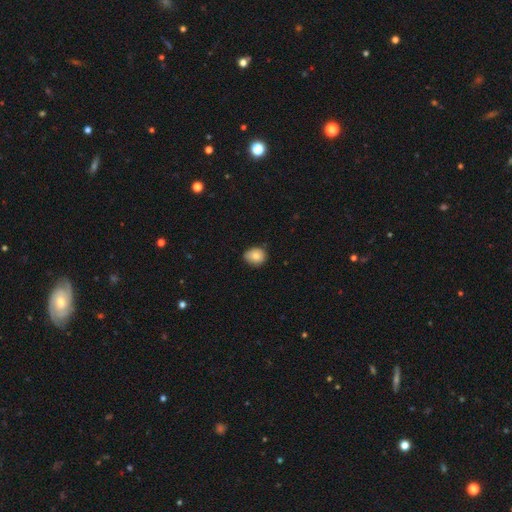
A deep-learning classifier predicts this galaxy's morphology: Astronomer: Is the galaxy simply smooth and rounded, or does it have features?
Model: smooth — 83%.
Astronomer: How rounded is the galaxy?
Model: round — 63%.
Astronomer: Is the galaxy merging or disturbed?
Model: none — 73%.